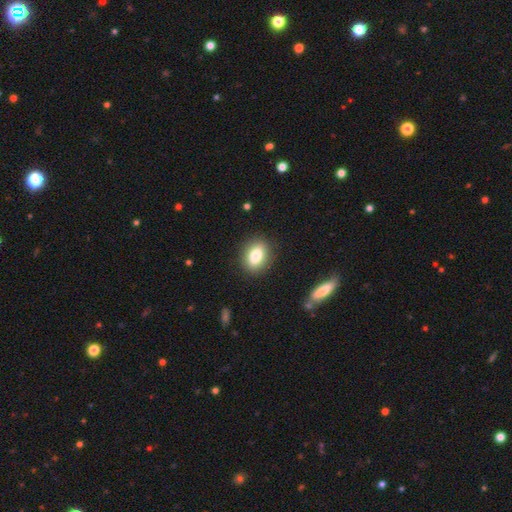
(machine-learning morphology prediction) A smooth galaxy with no disk features (81%) that is in between round and cigar-shaped (75%).

Vote fractions:
- Smooth or featured? smooth: 81% / featured or disk: 11% / star or artifact: 8%
- How rounded? in between: 75% / round: 23% / cigar-shaped: 2%
- Merging? none: 87% / minor disturbance: 9% / major disturbance: 3% / merger: 1%